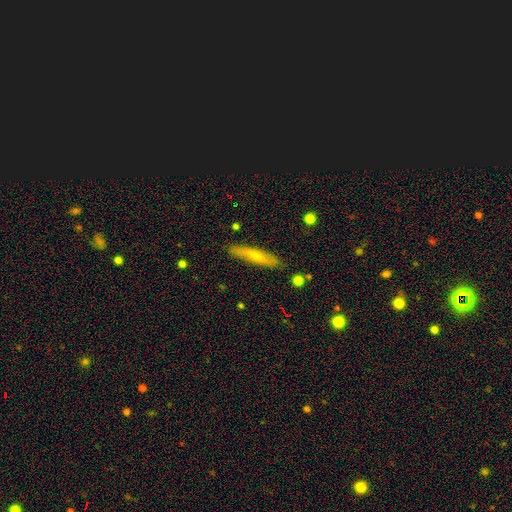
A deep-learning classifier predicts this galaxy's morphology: Smooth or featured? Predicted: smooth (p=0.50). Merging? Predicted: none (p=0.86).